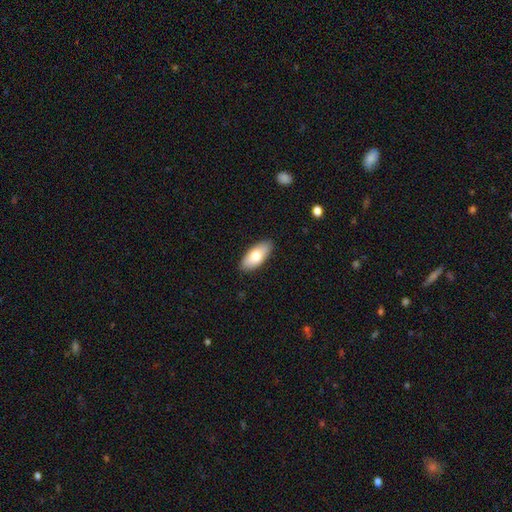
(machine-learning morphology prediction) A smooth galaxy with no disk features (75%) that is in between round and cigar-shaped (88%).

Vote fractions:
- Smooth or featured? smooth: 75% / featured or disk: 19% / star or artifact: 6%
- How rounded? in between: 88% / cigar-shaped: 10% / round: 2%
- Merging? none: 89% / minor disturbance: 9% / major disturbance: 2% / merger: 1%